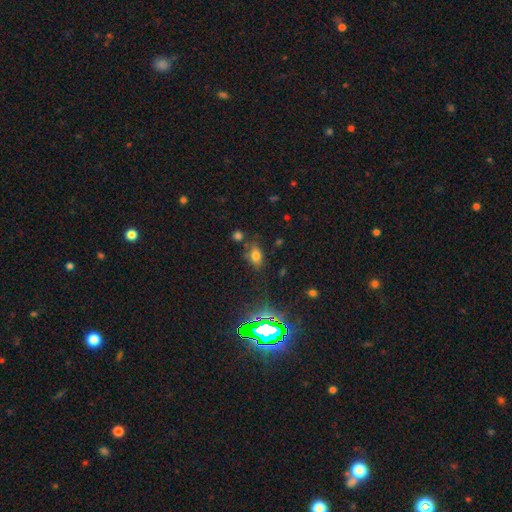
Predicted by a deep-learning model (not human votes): smooth_or_featured: smooth (p=0.65) [alt: star or artifact p=0.25]
how_rounded: in between (p=0.80) [alt: round p=0.16]
merging: none (p=0.70) [alt: minor disturbance p=0.17]